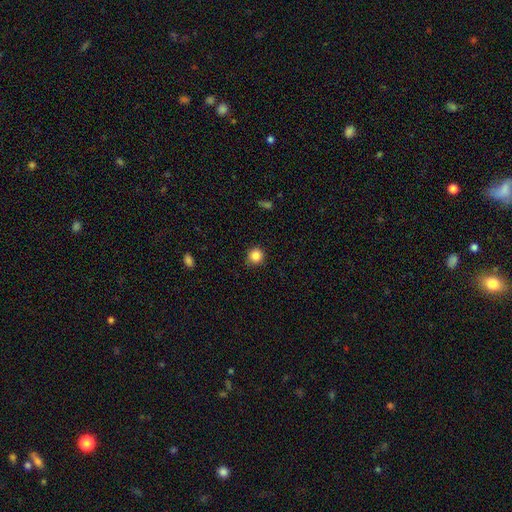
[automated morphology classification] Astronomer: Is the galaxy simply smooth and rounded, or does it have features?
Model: smooth — 85%.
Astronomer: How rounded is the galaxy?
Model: round — 93%.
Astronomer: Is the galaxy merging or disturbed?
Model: none — 90%.